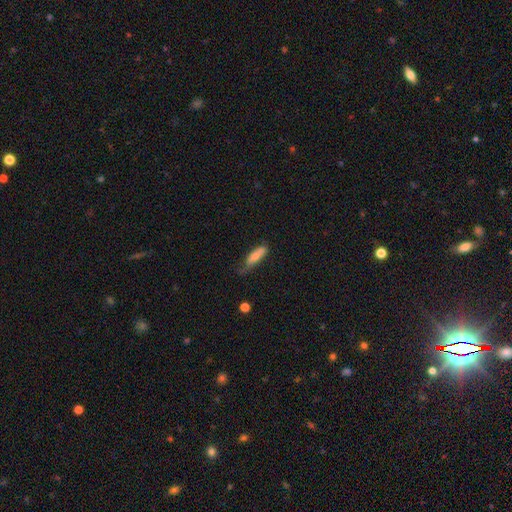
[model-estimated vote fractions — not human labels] A smooth galaxy with no disk features (77%) that is cigar-shaped (51%).

Vote fractions:
- Smooth or featured? smooth: 77% / featured or disk: 16% / star or artifact: 7%
- How rounded? cigar-shaped: 51% / in between: 47% / round: 2%
- Merging? none: 41% / minor disturbance: 39% / major disturbance: 16% / merger: 4%